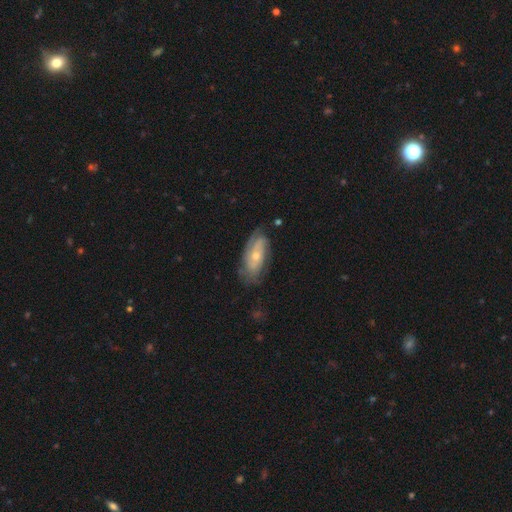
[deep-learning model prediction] smooth_or_featured: featured or disk (p=0.64) [alt: smooth p=0.29]
disk_edge_on: no (p=0.89) [alt: yes p=0.11]
bar: no (p=0.72) [alt: weak p=0.22]
has_spiral_arms: yes (p=0.82) [alt: no p=0.18]
bulge_size: small (p=0.50) [alt: moderate p=0.46]
merging: none (p=0.69) [alt: minor disturbance p=0.22]